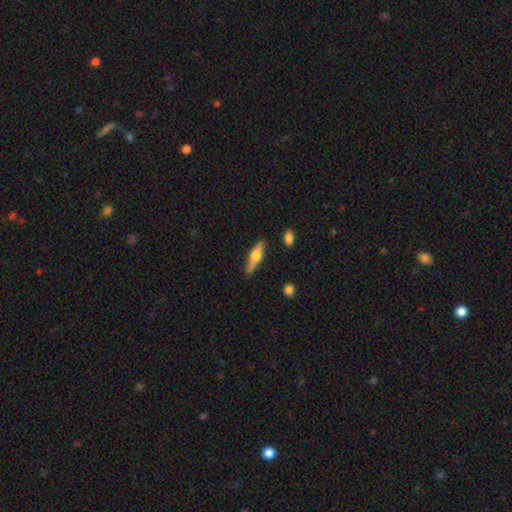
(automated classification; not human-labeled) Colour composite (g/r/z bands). It shows a featured or disk galaxy (55%) viewed edge-on (93%) with a rounded central bulge (92%). Merging: none (84%).